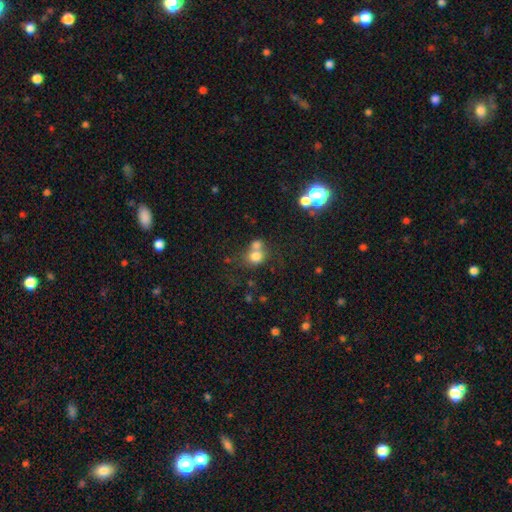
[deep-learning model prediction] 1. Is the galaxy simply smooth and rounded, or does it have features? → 74% smooth, 13% star or artifact, 12% featured or disk.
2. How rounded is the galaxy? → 74% round, 25% in between, 1% cigar-shaped.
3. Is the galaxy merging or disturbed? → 49% merger, 36% none, 9% minor disturbance, 5% major disturbance.